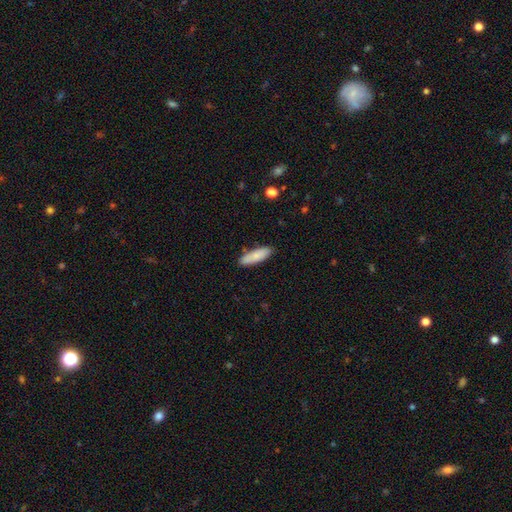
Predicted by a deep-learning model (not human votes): Smooth or featured: smooth — 84% (featured or disk — 10%)
How rounded: cigar-shaped — 51% (in between — 48%)
Merging: none — 86% (minor disturbance — 10%)